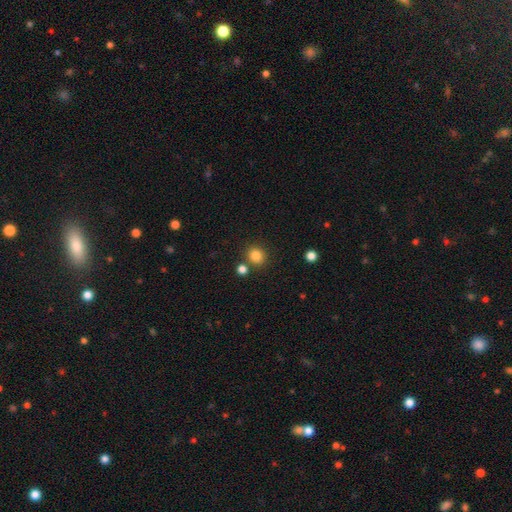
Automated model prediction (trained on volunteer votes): A smooth galaxy with no disk features (84%) that is round (89%).

Vote fractions:
- Smooth or featured? smooth: 84% / star or artifact: 12% / featured or disk: 5%
- How rounded? round: 89% / in between: 10% / cigar-shaped: 1%
- Merging? none: 80% / merger: 10% / minor disturbance: 7% / major disturbance: 3%